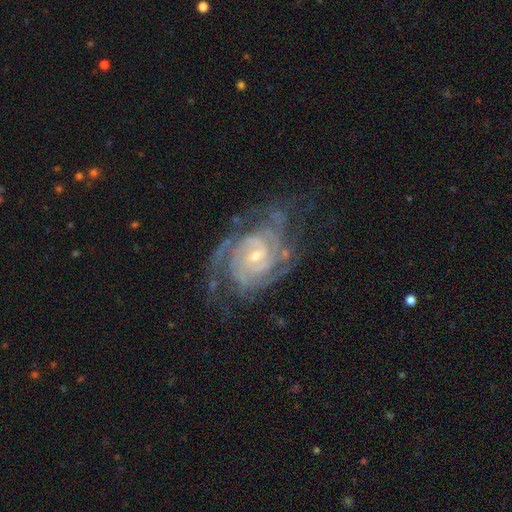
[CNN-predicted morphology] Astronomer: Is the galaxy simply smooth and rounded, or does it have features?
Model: featured or disk — 91%.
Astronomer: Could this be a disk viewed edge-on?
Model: no — 97%.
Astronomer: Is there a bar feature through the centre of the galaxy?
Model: no — 47% (runner-up: weak, 40%).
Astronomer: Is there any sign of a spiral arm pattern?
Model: yes — 98%.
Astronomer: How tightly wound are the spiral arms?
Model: tight — 71%.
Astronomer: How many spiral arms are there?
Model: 2 — 30% (runner-up: 3, 20%).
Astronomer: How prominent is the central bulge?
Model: small — 69%.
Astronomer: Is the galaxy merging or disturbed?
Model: none — 67%.